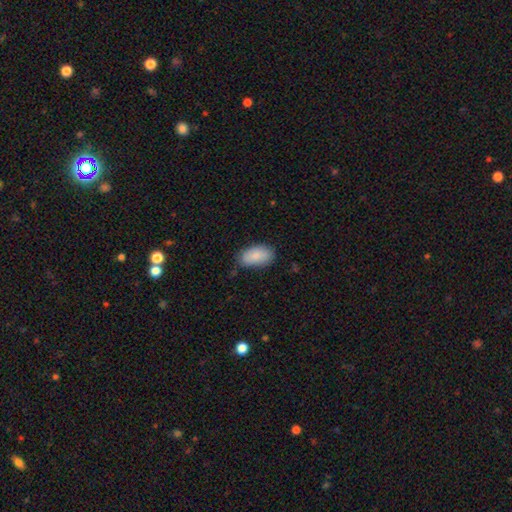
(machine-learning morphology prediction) A smooth galaxy with no disk features (87%) that is in between round and cigar-shaped (94%).

Vote fractions:
- Smooth or featured? smooth: 87% / featured or disk: 7% / star or artifact: 6%
- How rounded? in between: 94% / round: 3% / cigar-shaped: 2%
- Merging? none: 75% / minor disturbance: 20% / major disturbance: 4% / merger: 1%